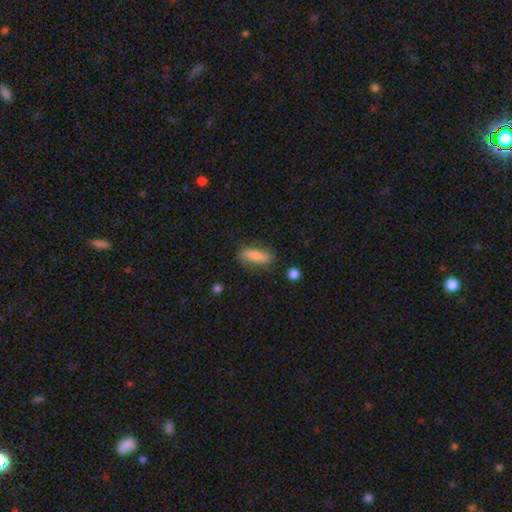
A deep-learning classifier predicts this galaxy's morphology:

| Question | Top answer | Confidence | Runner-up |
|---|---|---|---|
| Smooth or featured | smooth | 73% | featured or disk (20%) |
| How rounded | in between | 62% | cigar-shaped (35%) |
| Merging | none | 76% | minor disturbance (17%) |